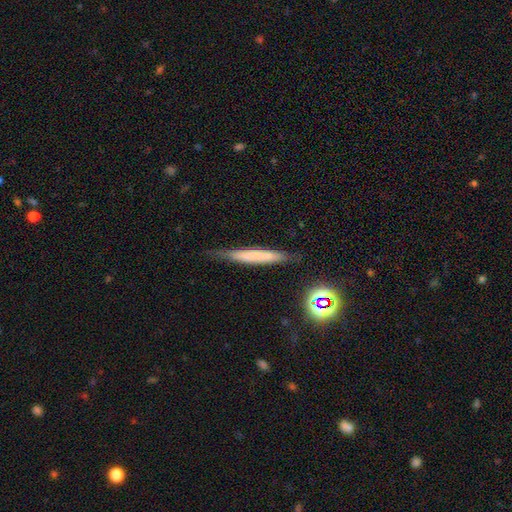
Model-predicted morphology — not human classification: Overall: smooth (58%; featured or disk 32%). How rounded: cigar-shaped (95%). Merging: none (80%).